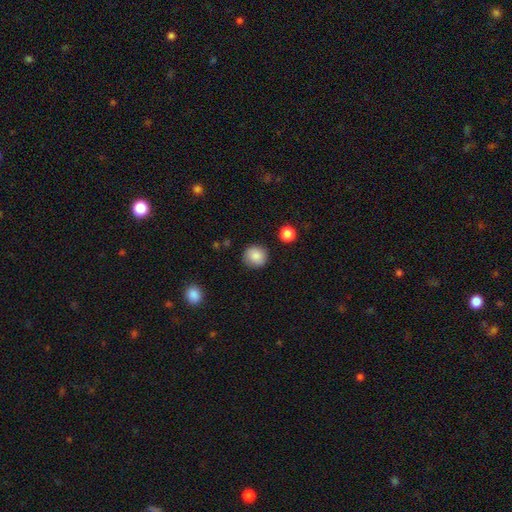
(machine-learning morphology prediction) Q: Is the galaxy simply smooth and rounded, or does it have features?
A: smooth — 87%.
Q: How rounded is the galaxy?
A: round — 91%.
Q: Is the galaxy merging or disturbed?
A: none — 88%.